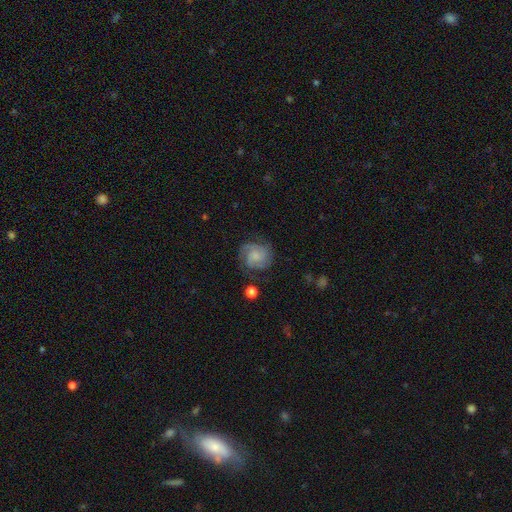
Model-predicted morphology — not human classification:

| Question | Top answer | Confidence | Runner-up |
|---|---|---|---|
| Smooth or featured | featured or disk | 70% | smooth (23%) |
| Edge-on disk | no | 98% | yes (2%) |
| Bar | no | 63% | weak (32%) |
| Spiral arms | yes | 95% | no (5%) |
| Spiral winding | tight | 47% | medium (41%) |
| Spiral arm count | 3 | 35% | 2 (34%) |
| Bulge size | small | 42% | none (32%) |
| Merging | none | 75% | minor disturbance (16%) |